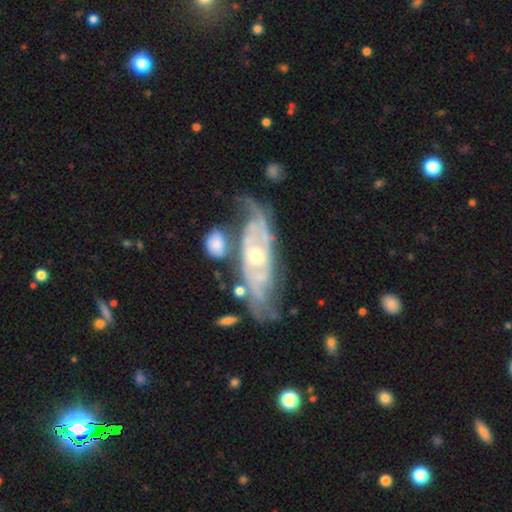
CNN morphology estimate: This is clearly a featured or disk galaxy (86%). It is clearly not viewed edge-on (88%). Bar: likely no (68%). Spiral arm pattern: clearly yes (91%). Spiral arm count: marginally can't tell (41%). Spiral winding: possibly tight (59%). Central bulge: possibly moderate (48%, tied with small). Merging: possibly none (56%).